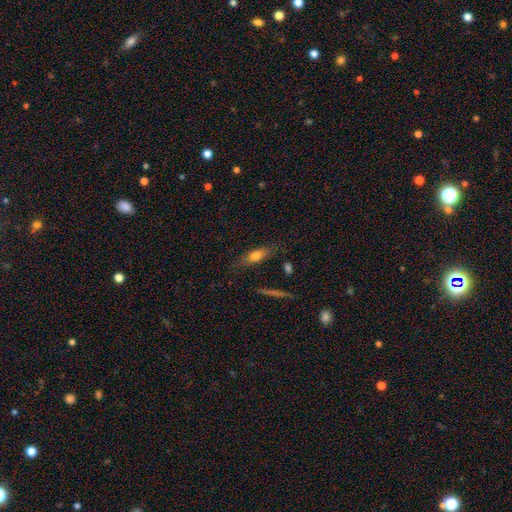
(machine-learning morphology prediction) This is likely a smooth galaxy (63%). How rounded: possibly cigar-shaped (48%, tied with in between). Merging: likely none (80%).